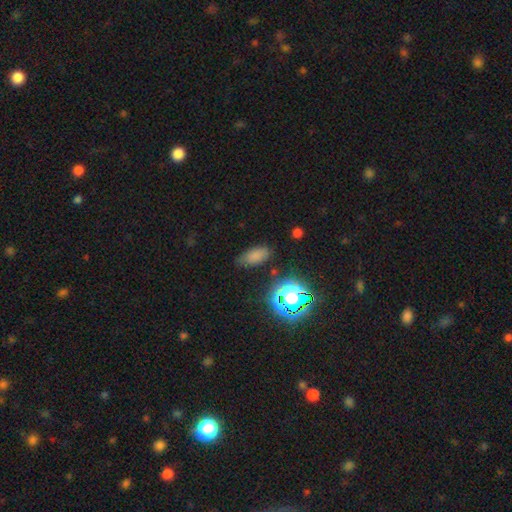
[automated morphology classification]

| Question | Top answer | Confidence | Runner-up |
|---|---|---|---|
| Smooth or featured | smooth | 71% | star or artifact (20%) |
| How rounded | in between | 87% | cigar-shaped (8%) |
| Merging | none | 72% | minor disturbance (20%) |